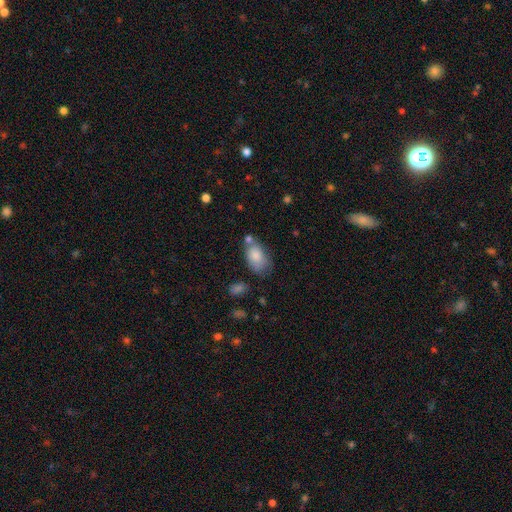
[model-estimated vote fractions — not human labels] A smooth galaxy with no disk features (81%) that is in between round and cigar-shaped (91%). Merging: none (48%).